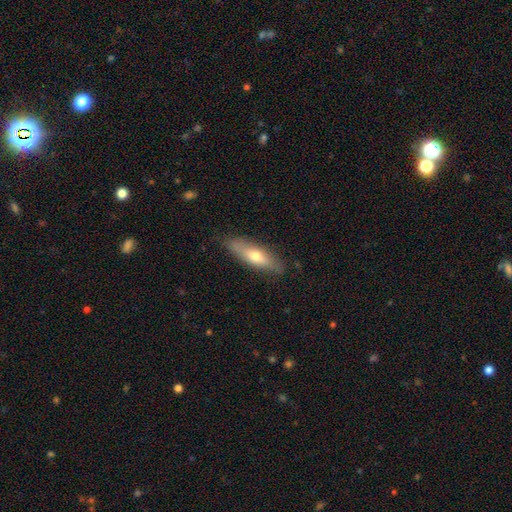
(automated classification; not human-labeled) Q: Smooth or featured?
A: smooth (61%); runner-up: featured or disk (33%)
Q: How rounded?
A: cigar-shaped (51%); runner-up: in between (47%)
Q: Merging?
A: none (81%); runner-up: minor disturbance (14%)